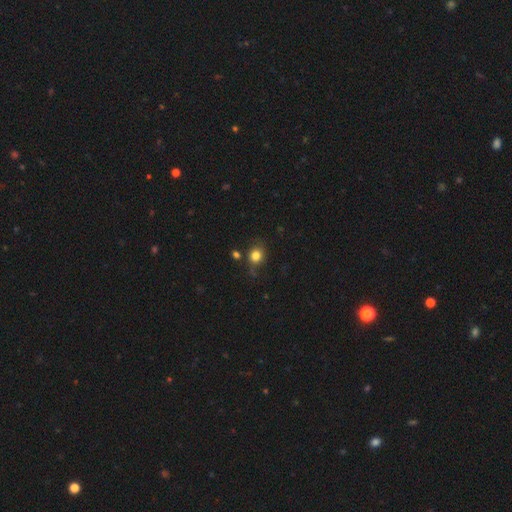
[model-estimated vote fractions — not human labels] A smooth galaxy with no disk features (79%) that is round (75%).

Vote fractions:
- Smooth or featured? smooth: 79% / star or artifact: 11% / featured or disk: 9%
- How rounded? round: 75% / in between: 24% / cigar-shaped: 1%
- Merging? none: 69% / minor disturbance: 19% / major disturbance: 7% / merger: 5%